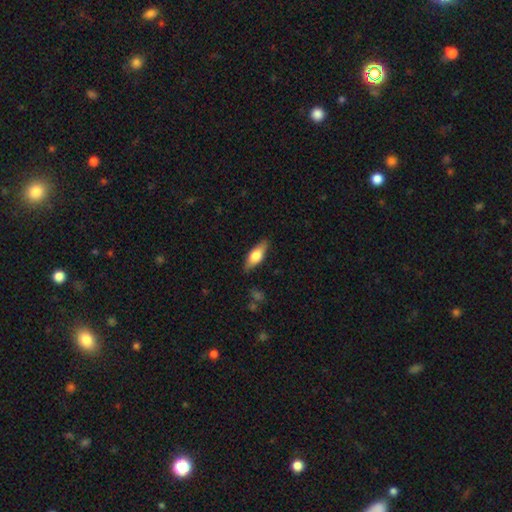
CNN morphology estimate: Q: Smooth or featured?
A: smooth (61%); runner-up: featured or disk (33%)
Q: How rounded?
A: in between (65%); runner-up: cigar-shaped (32%)
Q: Merging?
A: none (84%); runner-up: minor disturbance (12%)